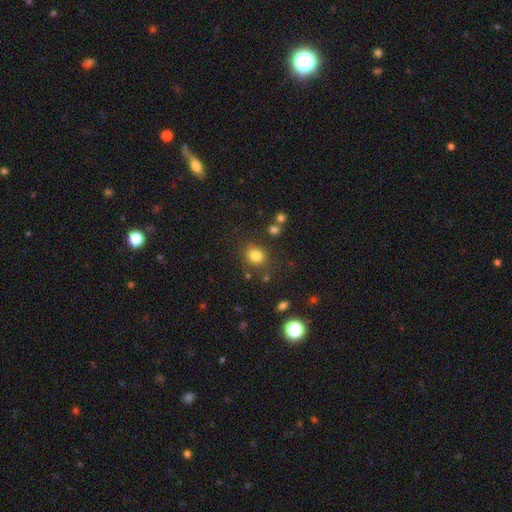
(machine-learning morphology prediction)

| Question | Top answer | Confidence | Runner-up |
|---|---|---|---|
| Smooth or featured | smooth | 81% | star or artifact (13%) |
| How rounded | round | 77% | in between (22%) |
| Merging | none | 80% | minor disturbance (11%) |